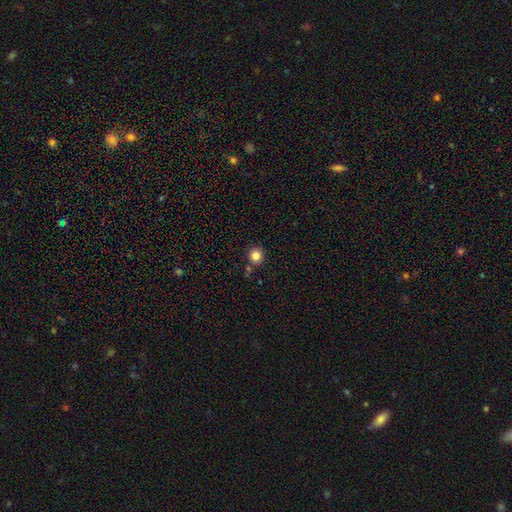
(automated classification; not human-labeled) Smooth or featured?
  - smooth: 83% *
  - star or artifact: 12%
  - featured or disk: 5%
How rounded?
  - round: 92% *
  - in between: 7%
  - cigar-shaped: 1%
Merging?
  - none: 81% *
  - minor disturbance: 9%
  - merger: 6%
  - major disturbance: 3%